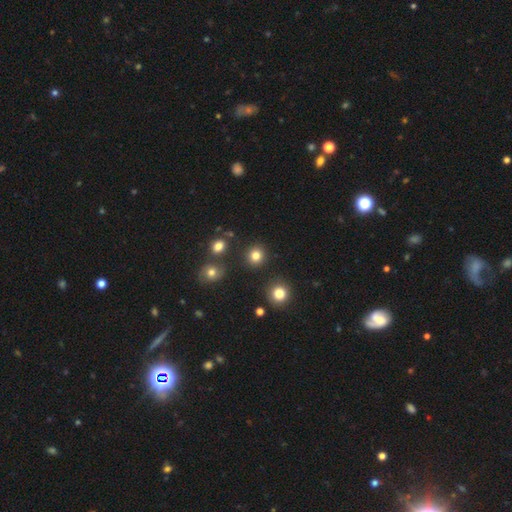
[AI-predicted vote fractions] The model was most divided on "smooth or featured": smooth: 82%, star or artifact: 13%, featured or disk: 6%. More confident: how rounded — round (90%); merging — none (88%).